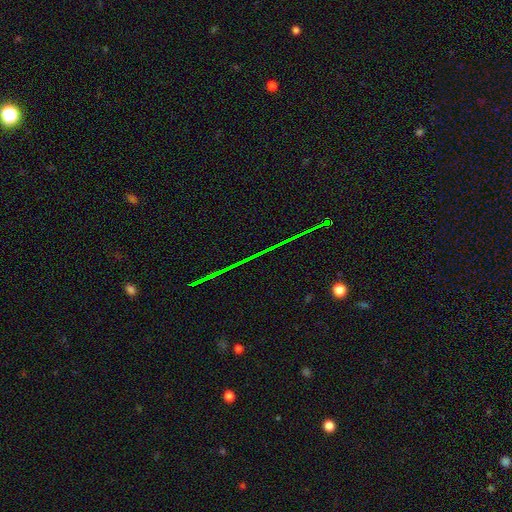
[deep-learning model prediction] Overall: star or artifact (83%).